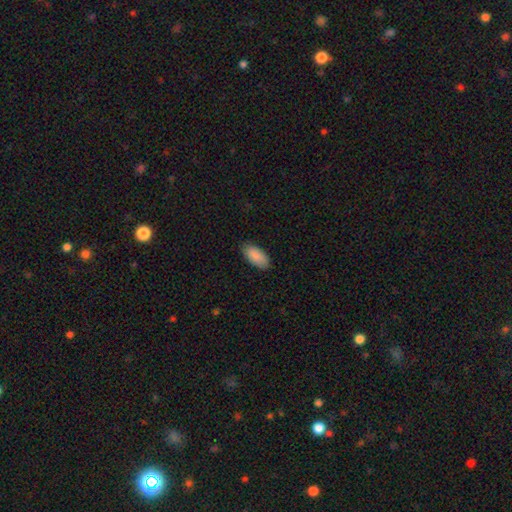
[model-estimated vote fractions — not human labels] smooth 90%, star or artifact 6%, featured or disk 4%. Down the decision tree: how rounded — in between (93%); merging — none (85%).